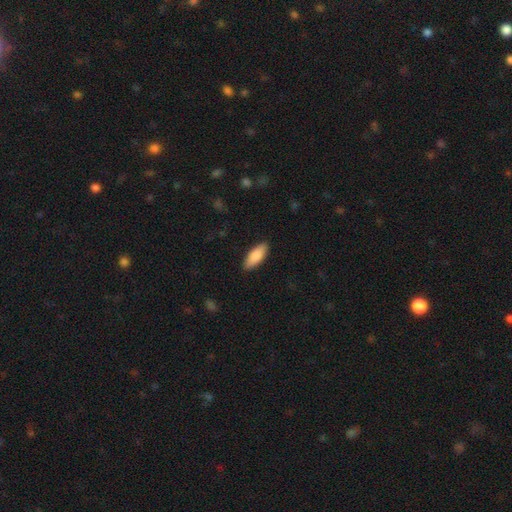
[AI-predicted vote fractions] This is clearly a smooth galaxy (85%). How rounded: likely in between (74%). Merging: clearly none (89%).